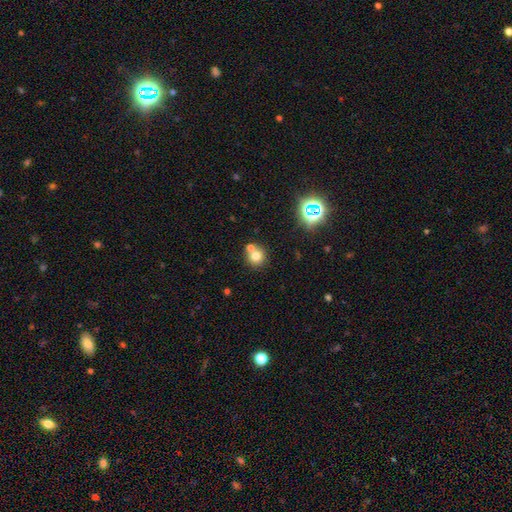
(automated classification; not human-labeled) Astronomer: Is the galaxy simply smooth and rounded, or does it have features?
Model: smooth — 74%.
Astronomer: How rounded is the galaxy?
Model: round — 89%.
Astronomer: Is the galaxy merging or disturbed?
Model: none — 56% (runner-up: merger, 34%).